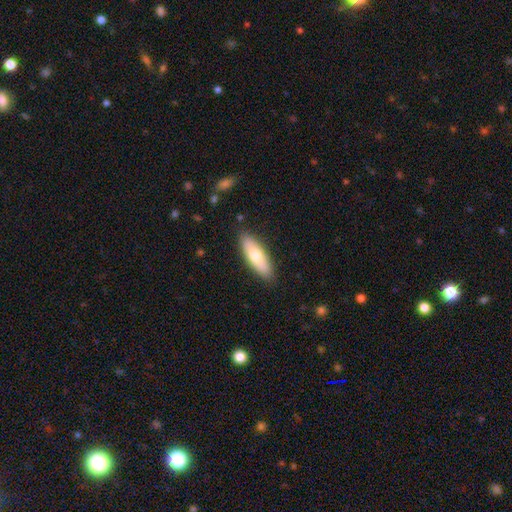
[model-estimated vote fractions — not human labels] smooth_or_featured: smooth (p=0.68) [alt: featured or disk p=0.26]
how_rounded: in between (p=0.61) [alt: cigar-shaped p=0.37]
merging: none (p=0.86) [alt: minor disturbance p=0.10]